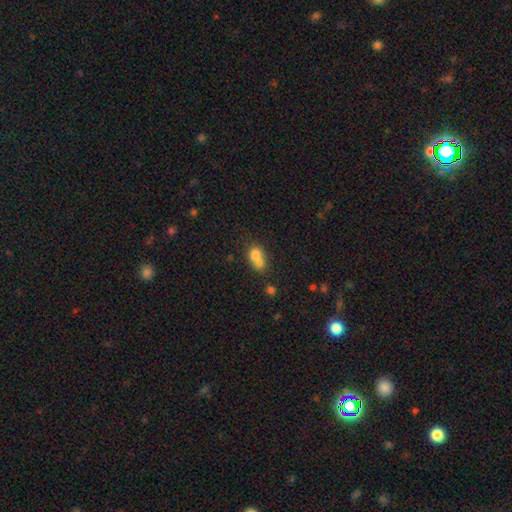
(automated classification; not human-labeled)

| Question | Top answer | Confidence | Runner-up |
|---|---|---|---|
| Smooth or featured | smooth | 73% | featured or disk (16%) |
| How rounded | round | 63% | in between (36%) |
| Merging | merger | 66% | none (24%) |